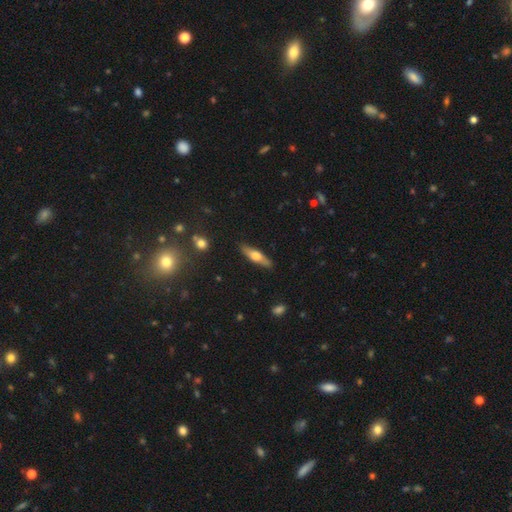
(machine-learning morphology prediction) Q: Smooth or featured?
A: featured or disk (48%); runner-up: smooth (46%)
Q: Merging?
A: none (86%); runner-up: minor disturbance (10%)